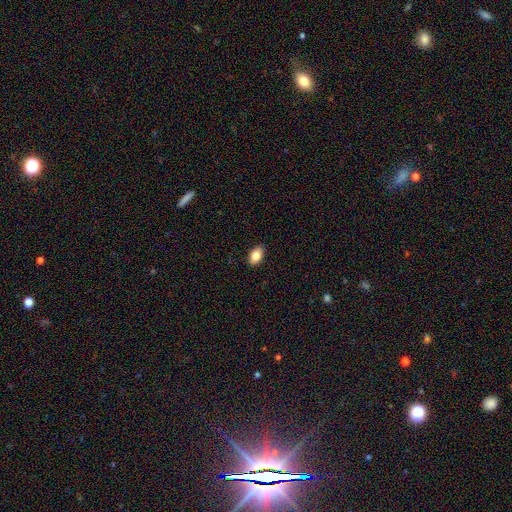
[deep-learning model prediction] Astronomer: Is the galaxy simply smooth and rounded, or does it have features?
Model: smooth — 83%.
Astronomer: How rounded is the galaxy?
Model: in between — 92%.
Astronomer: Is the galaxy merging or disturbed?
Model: none — 90%.